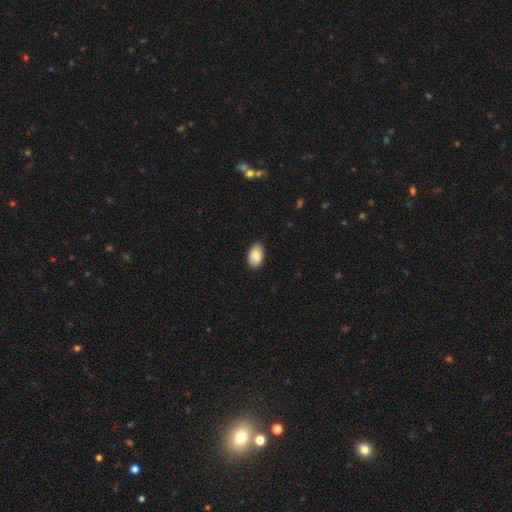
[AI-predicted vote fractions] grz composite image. It shows a smooth galaxy with no disk features (88%) that is in between round and cigar-shaped (92%). Merging: none (85%).